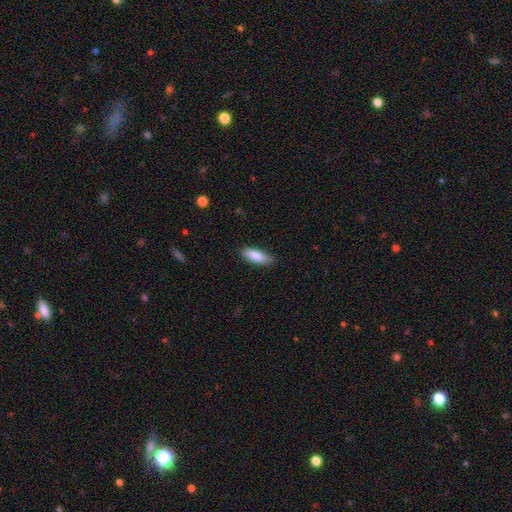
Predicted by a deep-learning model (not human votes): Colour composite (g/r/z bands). It shows a smooth galaxy with no disk features (86%) that is in between round and cigar-shaped (69%). Merging: none (81%).